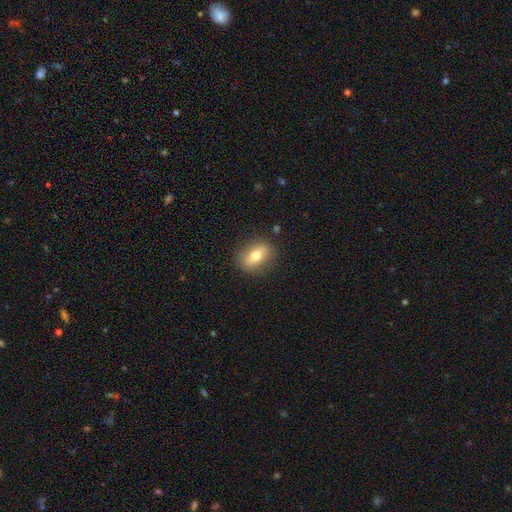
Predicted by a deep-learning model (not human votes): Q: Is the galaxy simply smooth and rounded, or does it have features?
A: smooth — 65%.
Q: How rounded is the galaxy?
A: in between — 69%.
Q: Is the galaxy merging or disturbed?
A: none — 84%.